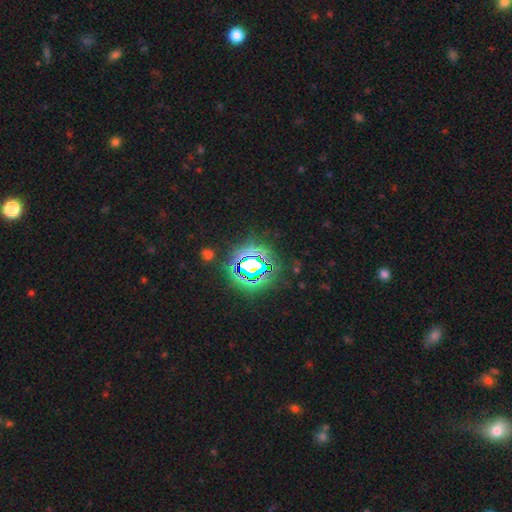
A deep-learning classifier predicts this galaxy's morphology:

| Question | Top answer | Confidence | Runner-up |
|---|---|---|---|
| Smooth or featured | star or artifact | 74% | smooth (15%) |